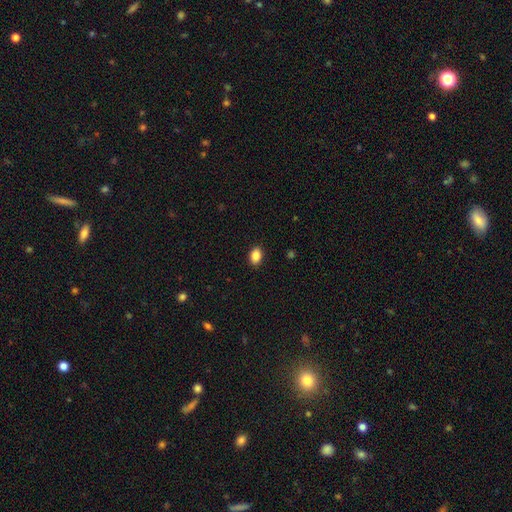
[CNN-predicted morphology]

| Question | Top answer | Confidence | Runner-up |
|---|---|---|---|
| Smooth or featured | smooth | 88% | star or artifact (8%) |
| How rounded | in between | 77% | round (22%) |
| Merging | none | 90% | minor disturbance (7%) |